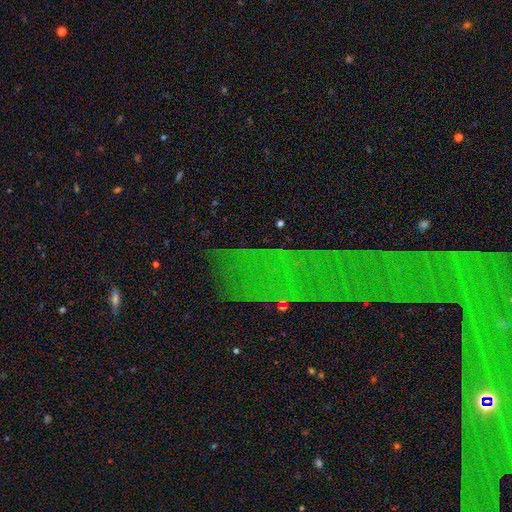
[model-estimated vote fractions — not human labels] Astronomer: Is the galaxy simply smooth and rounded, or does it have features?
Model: star or artifact — 65%.